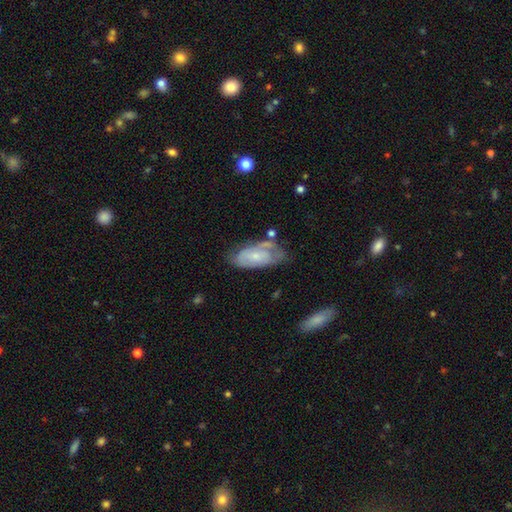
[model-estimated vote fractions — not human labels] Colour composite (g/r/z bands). It shows a featured or disk galaxy (53%). Merging: none (49%).